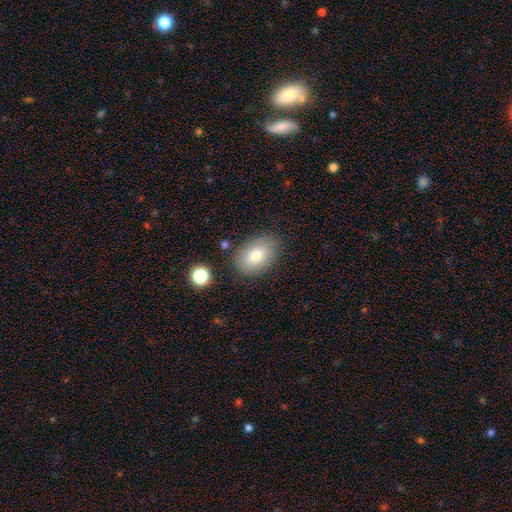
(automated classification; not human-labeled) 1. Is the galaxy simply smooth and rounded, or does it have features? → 81% smooth, 11% featured or disk, 8% star or artifact.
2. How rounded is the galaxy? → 89% in between, 10% round, 1% cigar-shaped.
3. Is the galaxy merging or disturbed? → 82% none, 12% minor disturbance, 3% major disturbance, 3% merger.